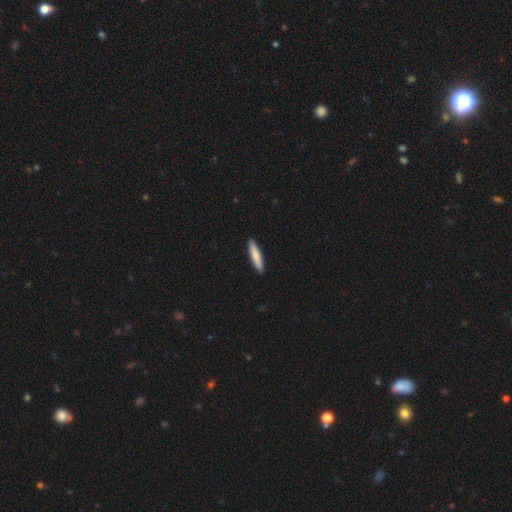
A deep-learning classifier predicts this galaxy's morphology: This appears to be a smooth galaxy with no disk features (83%) that is cigar-shaped (88%). Merging: none (92%).